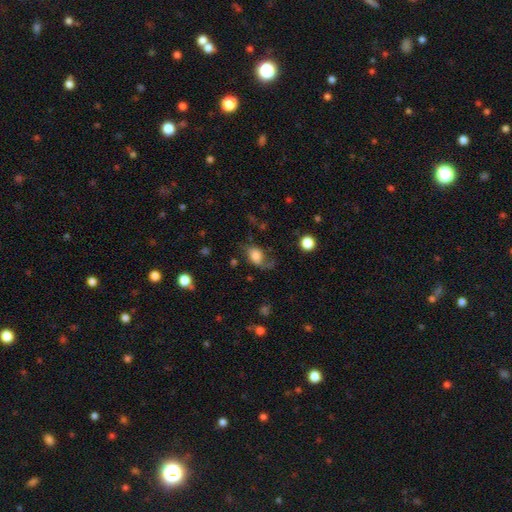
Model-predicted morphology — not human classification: type=smooth (61%); roundness=in between (69%); merging=none (43%).